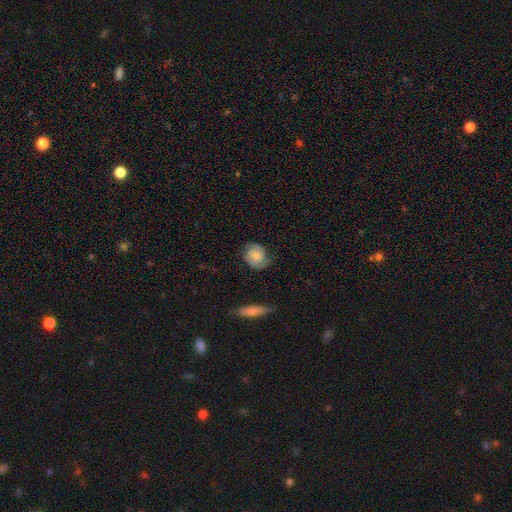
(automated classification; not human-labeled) This is possibly a featured or disk galaxy (48%). Merging: likely none (70%).